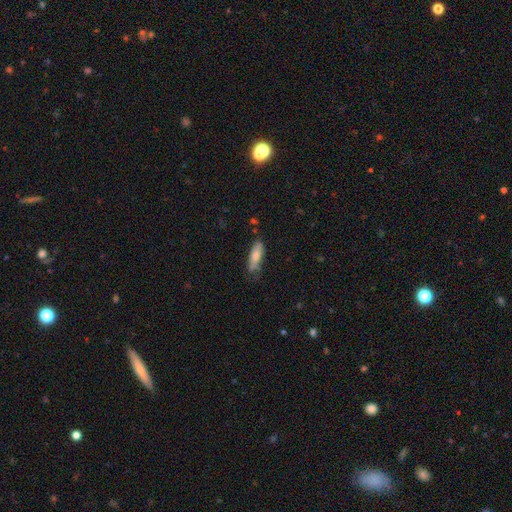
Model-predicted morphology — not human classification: Smooth or featured? smooth (75%)
How rounded? in between (59%)
Merging? none (59%)